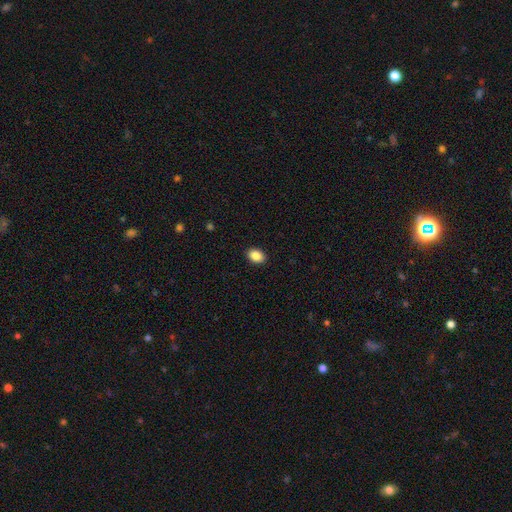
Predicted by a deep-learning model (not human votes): A smooth galaxy with no disk features (88%) that is in between round and cigar-shaped (78%).

Vote fractions:
- Smooth or featured? smooth: 88% / star or artifact: 8% / featured or disk: 4%
- How rounded? in between: 78% / round: 21% / cigar-shaped: 1%
- Merging? none: 91% / minor disturbance: 7% / major disturbance: 2% / merger: 1%